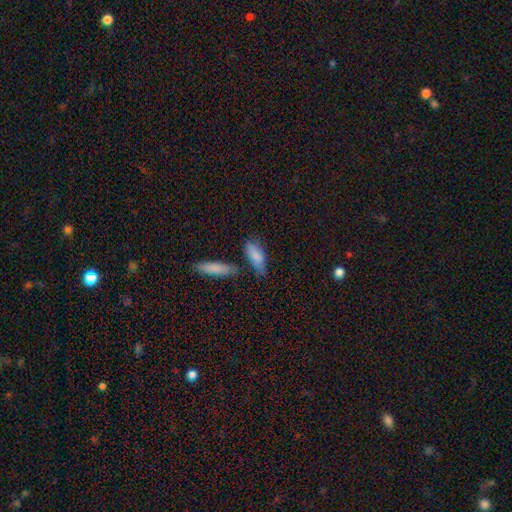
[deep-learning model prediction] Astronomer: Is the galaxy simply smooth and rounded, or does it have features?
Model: smooth — 81%.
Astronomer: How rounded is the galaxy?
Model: in between — 68%.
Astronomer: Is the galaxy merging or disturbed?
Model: none — 60%.